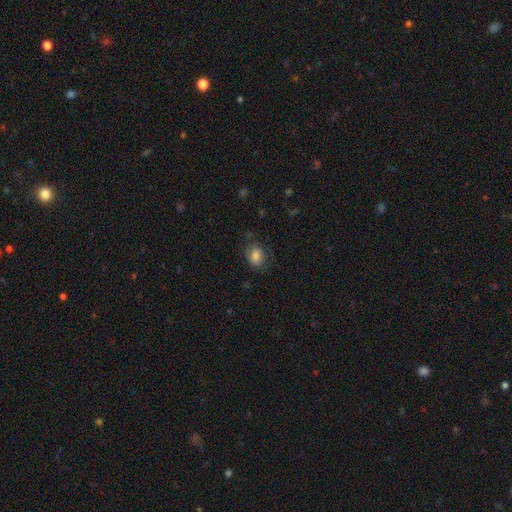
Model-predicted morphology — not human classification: smooth 78%, featured or disk 13%, star or artifact 9%. Down the decision tree: how rounded — in between (69%); merging — none (68%).